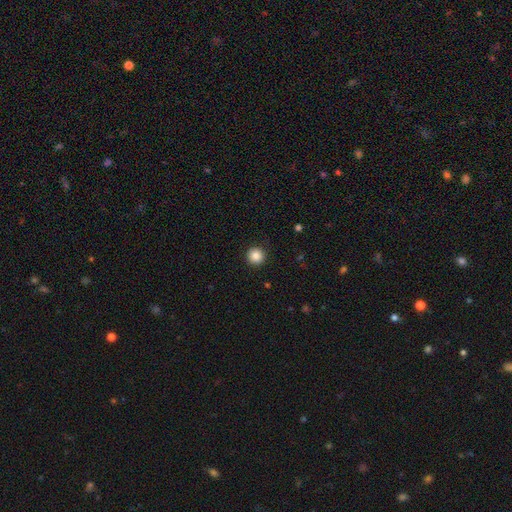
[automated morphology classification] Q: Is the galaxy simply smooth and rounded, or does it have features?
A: smooth — 86%.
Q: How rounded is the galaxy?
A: round — 96%.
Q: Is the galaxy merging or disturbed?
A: none — 93%.